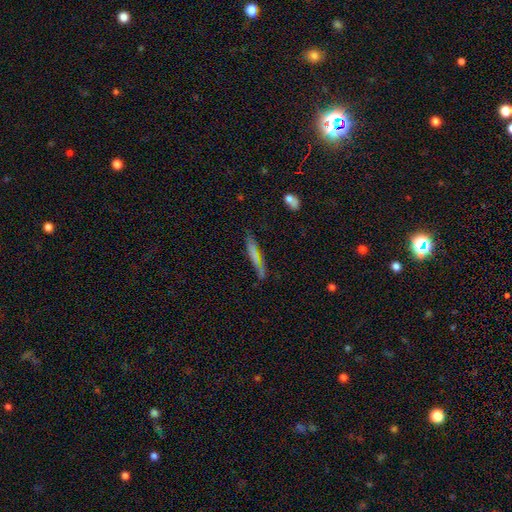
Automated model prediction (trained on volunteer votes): smooth-or-featured: smooth: 57% | featured or disk: 33% | star or artifact: 9%
  how-rounded: cigar-shaped: 89% | in between: 9% | round: 2%
  merging: none: 76% | minor disturbance: 17% | major disturbance: 4% | merger: 2%